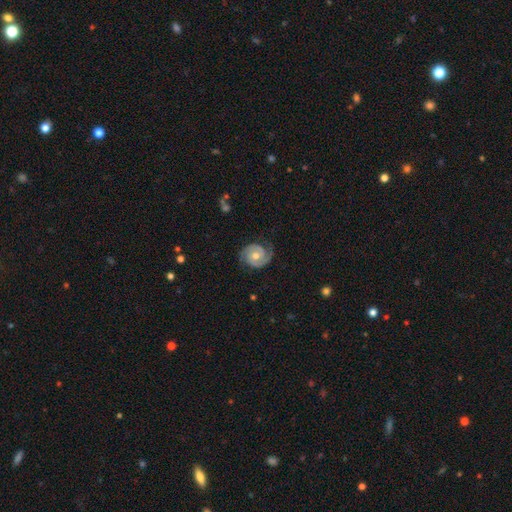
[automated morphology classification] Overall: featured or disk (88%). Edge-on disk: no (98%). Bar: no (69%). Spiral arms: yes (97%). Spiral arm count: 2 (92%). Spiral winding: tight (56%; medium 37%). Bulge size: moderate (73%). Merging: none (81%).